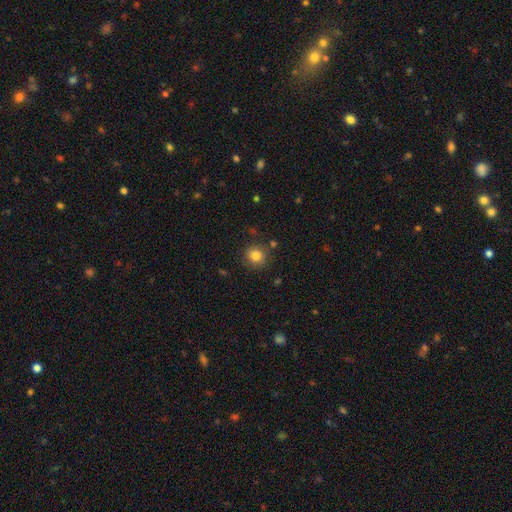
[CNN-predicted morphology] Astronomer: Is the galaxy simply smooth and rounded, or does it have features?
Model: smooth — 82%.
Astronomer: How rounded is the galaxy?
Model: round — 89%.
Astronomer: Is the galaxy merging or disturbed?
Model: none — 85%.